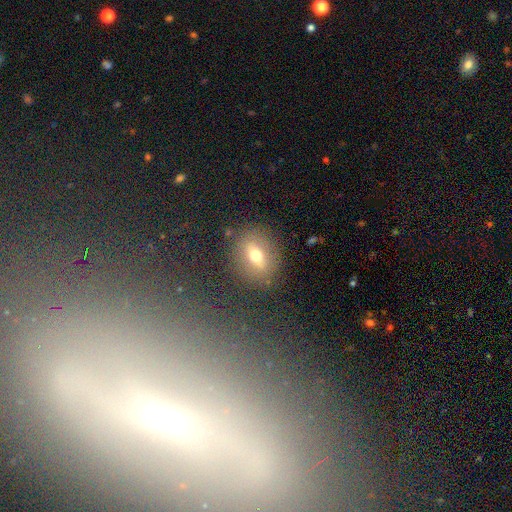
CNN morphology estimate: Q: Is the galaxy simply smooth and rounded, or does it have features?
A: smooth — 54%.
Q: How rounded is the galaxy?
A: in between — 53%.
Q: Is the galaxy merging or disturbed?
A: none — 80%.